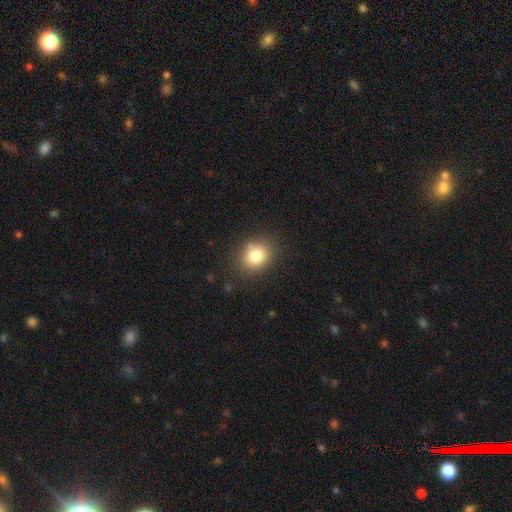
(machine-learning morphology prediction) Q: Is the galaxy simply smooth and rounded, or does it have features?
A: smooth — 80%.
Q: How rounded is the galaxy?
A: round — 60%.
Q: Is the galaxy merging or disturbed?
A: none — 80%.